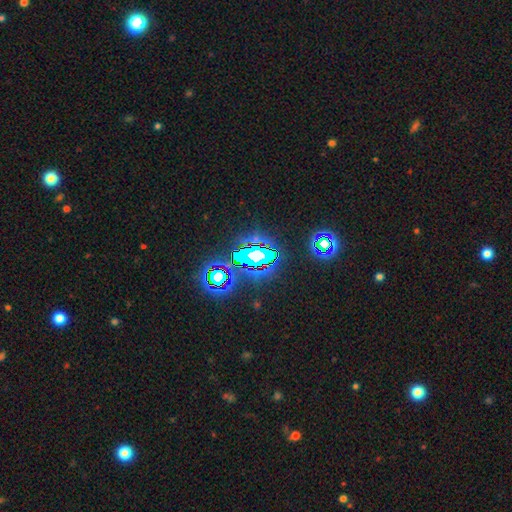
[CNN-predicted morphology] The model was most divided on "smooth or featured": star or artifact: 73%, smooth: 14%, featured or disk: 13%.